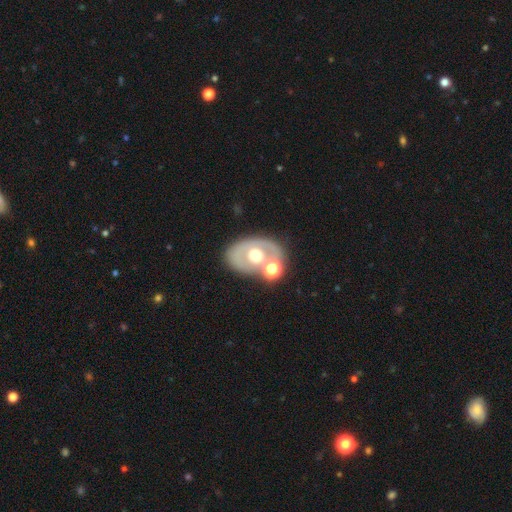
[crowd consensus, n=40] Morphology: type=featured or disk (48%); edge-on=no (89%); bar=no (94%); spiral arms=no (94%); bulge=moderate (65%); merging=none (63%).